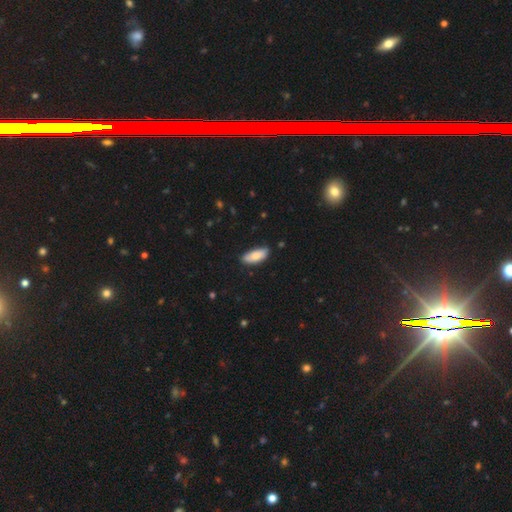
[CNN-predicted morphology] A smooth galaxy with no disk features (83%) that is in between round and cigar-shaped (79%).

Vote fractions:
- Smooth or featured? smooth: 83% / featured or disk: 11% / star or artifact: 6%
- How rounded? in between: 79% / cigar-shaped: 19% / round: 2%
- Merging? none: 80% / minor disturbance: 16% / major disturbance: 2% / merger: 1%